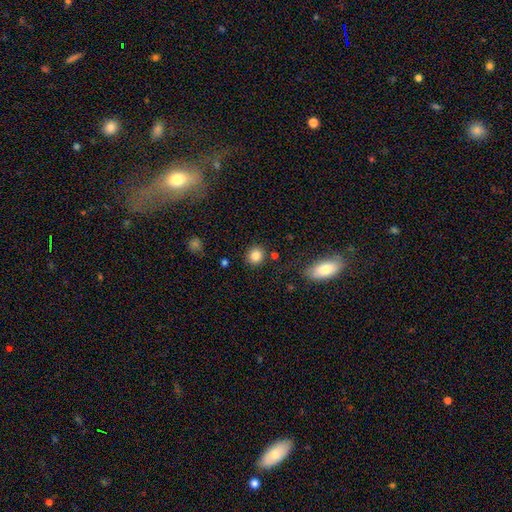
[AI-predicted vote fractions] Smooth or featured? smooth (85%)
How rounded? round (85%)
Merging? none (86%)